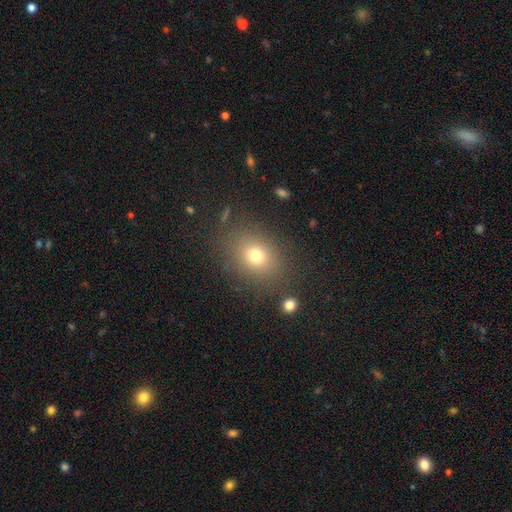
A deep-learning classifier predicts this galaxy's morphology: Smooth or featured: smooth — 74% (star or artifact — 15%)
How rounded: in between — 53% (round — 46%)
Merging: none — 82% (minor disturbance — 10%)